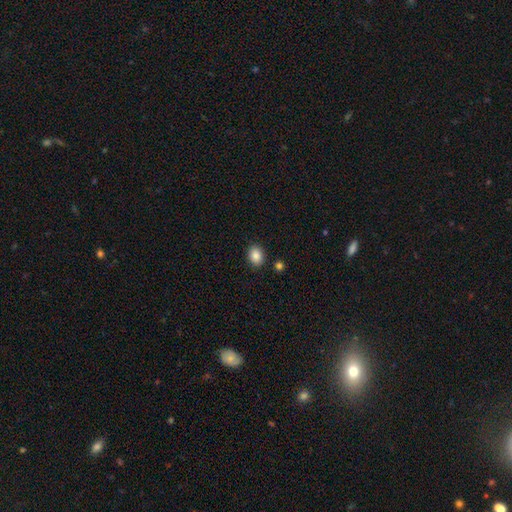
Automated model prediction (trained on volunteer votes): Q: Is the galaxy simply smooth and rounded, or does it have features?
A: smooth — 87%.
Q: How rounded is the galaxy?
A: in between — 63%.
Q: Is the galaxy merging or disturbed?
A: none — 87%.